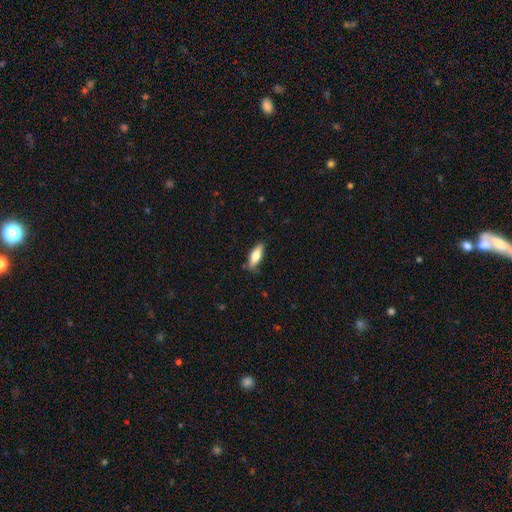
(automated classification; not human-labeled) This appears to be a smooth galaxy with no disk features (72%) that is in between round and cigar-shaped (63%). Merging: none (79%).